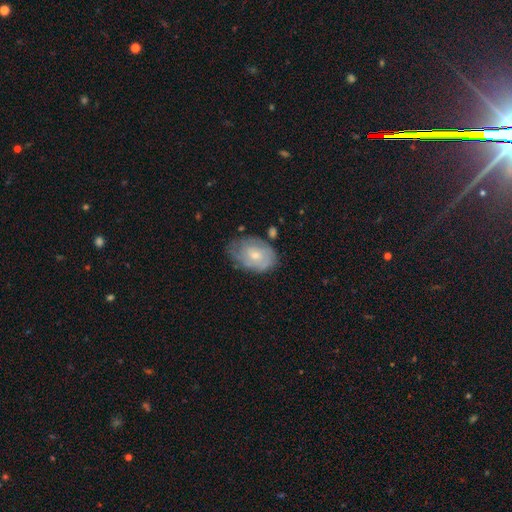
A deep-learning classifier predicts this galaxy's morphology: Smooth or featured? featured or disk (54%)
Edge-on disk? no (96%)
Bar? no (74%)
Spiral arms? yes (72%)
Bulge size? small (55%)
Merging? none (57%)